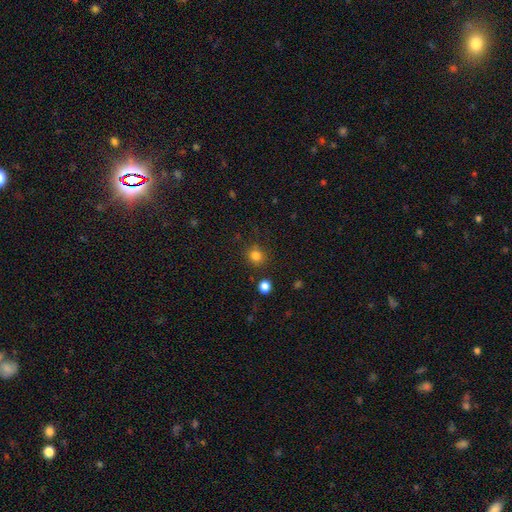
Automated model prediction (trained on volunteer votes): The model was most divided on "how rounded": round: 82%, in between: 17%, cigar-shaped: 1%. More confident: merging — none (83%); smooth or featured — smooth (82%).